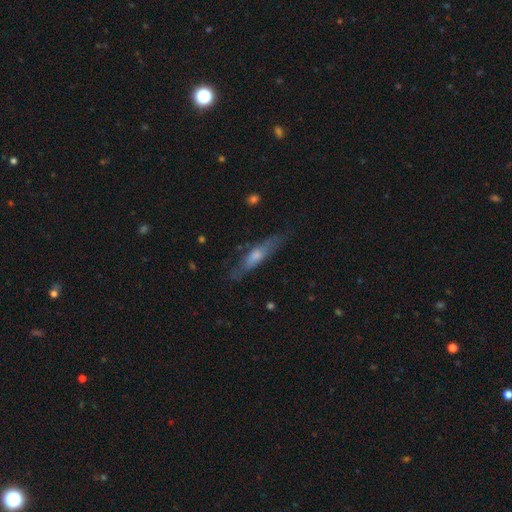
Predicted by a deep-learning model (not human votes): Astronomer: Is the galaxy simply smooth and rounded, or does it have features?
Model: featured or disk — 53% (runner-up: smooth, 40%).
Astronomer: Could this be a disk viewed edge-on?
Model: yes — 76%.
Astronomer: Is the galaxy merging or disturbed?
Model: none — 74%.